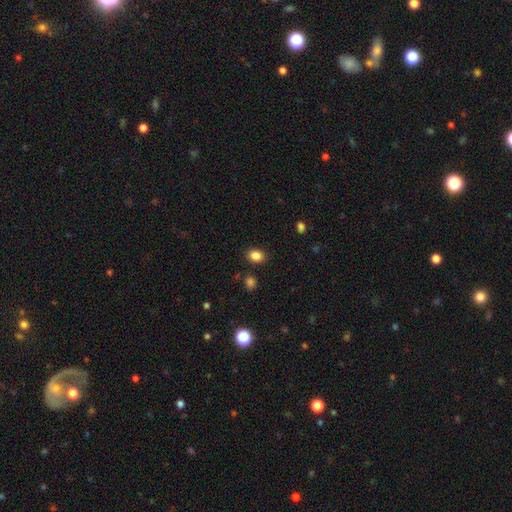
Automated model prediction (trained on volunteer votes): Smooth or featured: smooth — 85% (star or artifact — 11%)
How rounded: in between — 61% (round — 38%)
Merging: none — 85% (minor disturbance — 9%)